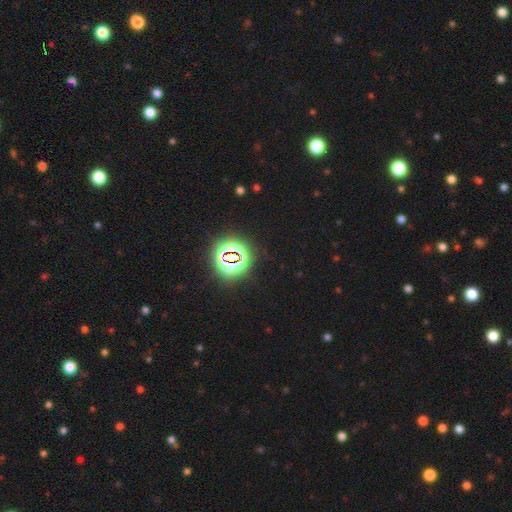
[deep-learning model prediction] star or artifact 81%, smooth 13%, featured or disk 7%.